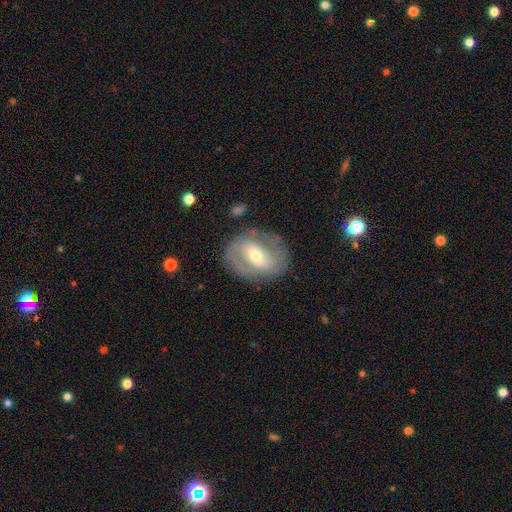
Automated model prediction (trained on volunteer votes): Overall: featured or disk (72%). Edge-on disk: no (94%). Bar: weak (40%; strong 39%). Spiral arms: yes (72%). Bulge size: moderate (59%; small 35%). Merging: none (76%).